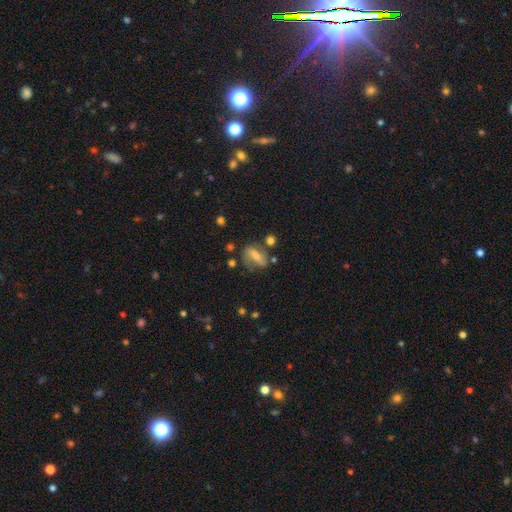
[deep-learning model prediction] Smooth or featured? smooth (46%)
Merging? none (56%)